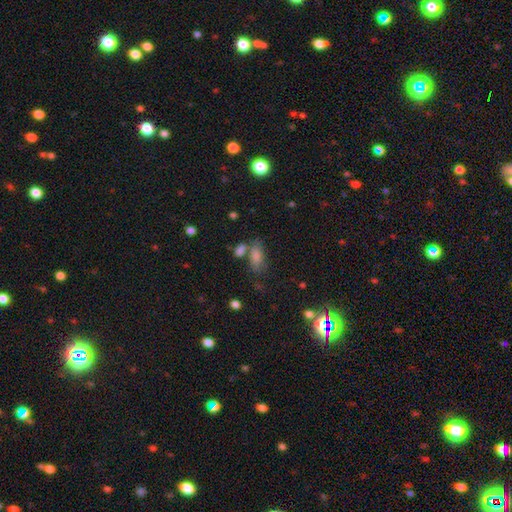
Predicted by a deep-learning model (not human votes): This is likely a smooth galaxy (71%). How rounded: likely in between (79%). Merging: possibly none (56%).